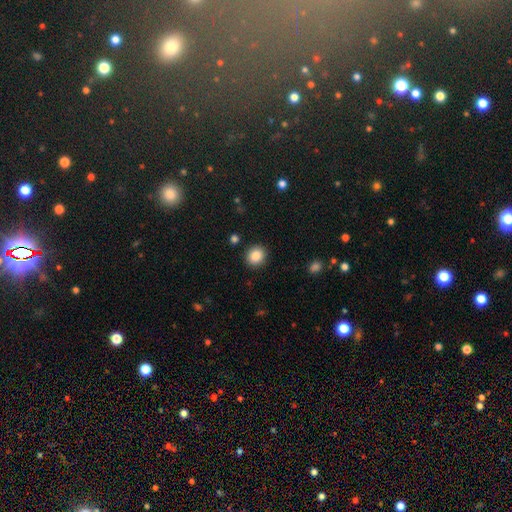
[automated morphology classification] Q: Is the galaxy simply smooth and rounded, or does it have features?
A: smooth — 87%.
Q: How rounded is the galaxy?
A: round — 74%.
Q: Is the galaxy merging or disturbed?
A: none — 90%.